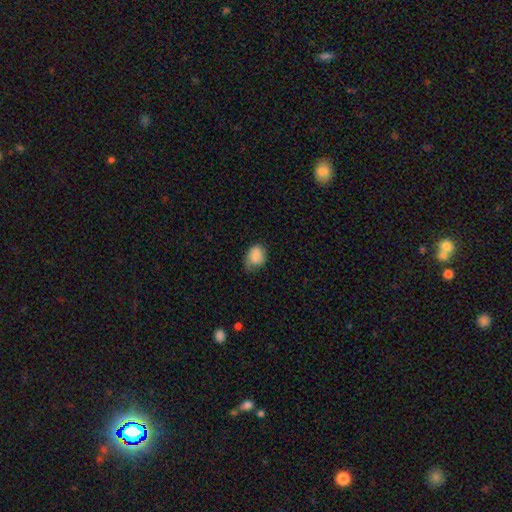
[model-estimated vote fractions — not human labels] Smooth or featured?
  - smooth: 85% *
  - featured or disk: 8%
  - star or artifact: 8%
How rounded?
  - in between: 61% *
  - round: 38%
  - cigar-shaped: 1%
Merging?
  - none: 47% *
  - minor disturbance: 38%
  - major disturbance: 13%
  - merger: 2%